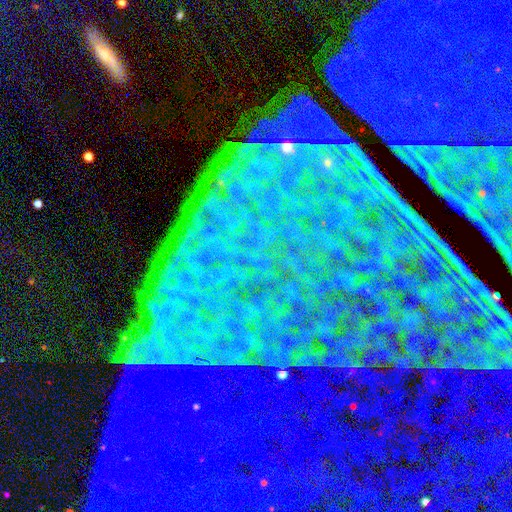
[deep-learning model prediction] Smooth or featured?
  - star or artifact: 85% *
  - featured or disk: 9%
  - smooth: 7%